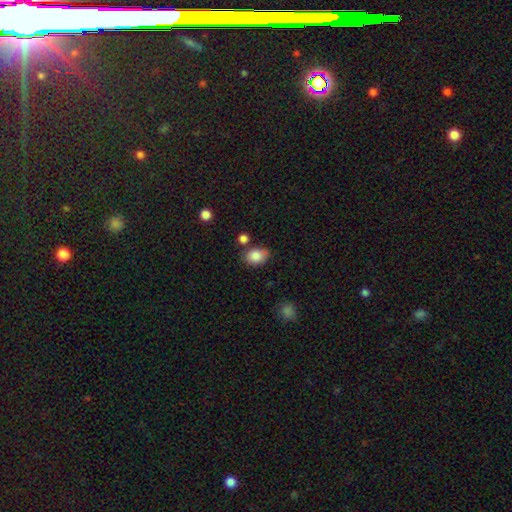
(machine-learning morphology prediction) smooth 86%, star or artifact 8%, featured or disk 6%. Down the decision tree: how rounded — in between (76%); merging — none (71%).